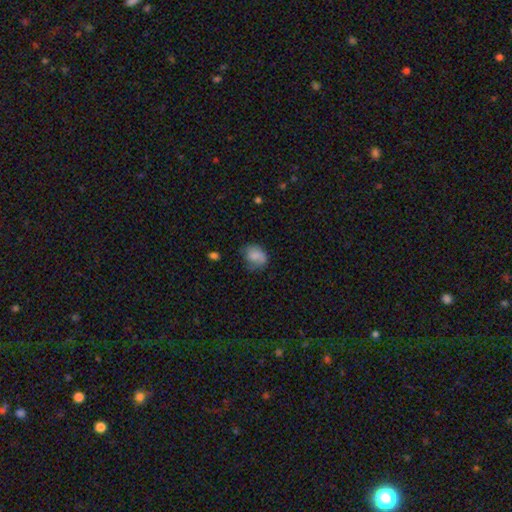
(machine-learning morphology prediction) This is likely a smooth galaxy (76%). How rounded: possibly in between (55%). Merging: possibly none (48%).